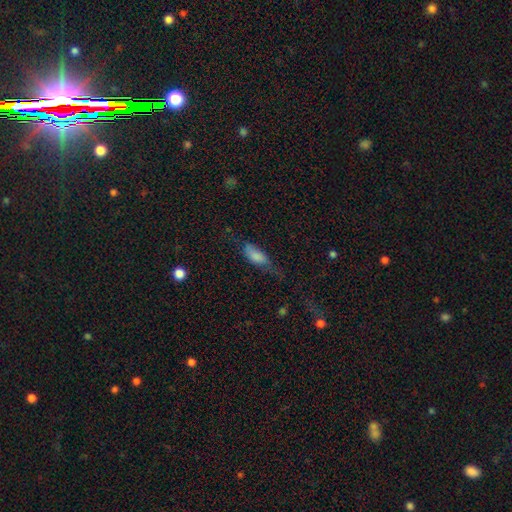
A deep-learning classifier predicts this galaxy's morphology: A smooth galaxy with no disk features (76%) that is in between round and cigar-shaped (81%).

Vote fractions:
- Smooth or featured? smooth: 76% / featured or disk: 15% / star or artifact: 9%
- How rounded? in between: 81% / cigar-shaped: 16% / round: 3%
- Merging? minor disturbance: 34% / none: 32% / major disturbance: 31% / merger: 3%